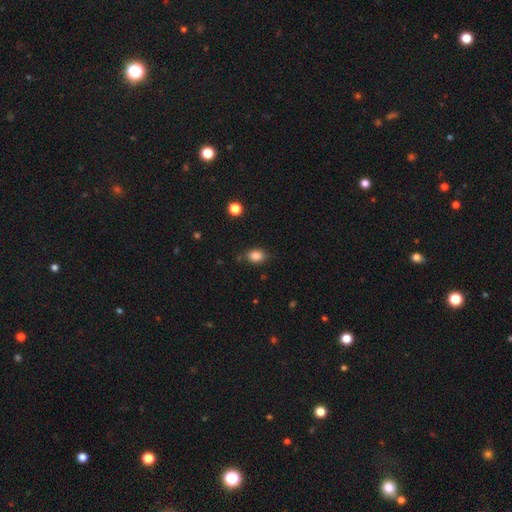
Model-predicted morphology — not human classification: This appears to be a smooth galaxy with no disk features (85%) that is in between round and cigar-shaped (72%). Merging: none (78%).